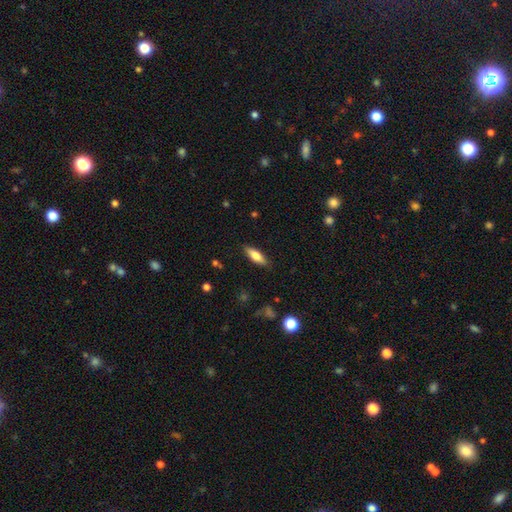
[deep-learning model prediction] Smooth or featured? smooth (68%)
How rounded? in between (55%)
Merging? none (87%)